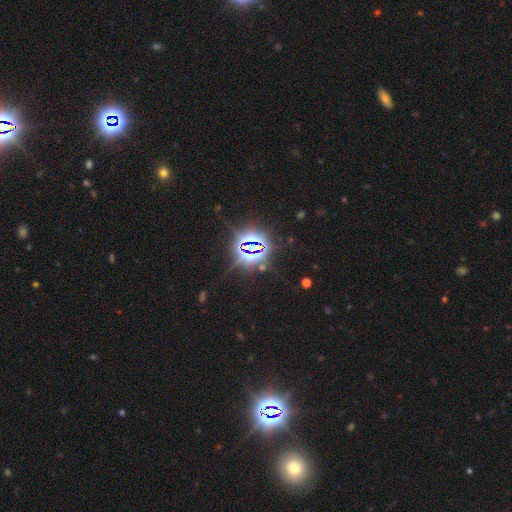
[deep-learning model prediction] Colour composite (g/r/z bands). It shows a star or artifact, not a galaxy (84%).